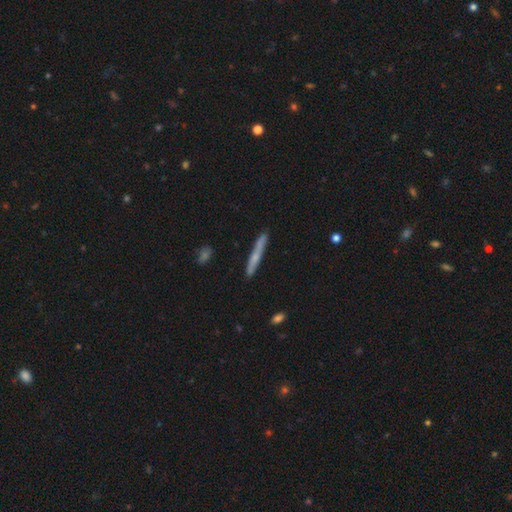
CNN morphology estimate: type=smooth (49%); merging=none (87%).